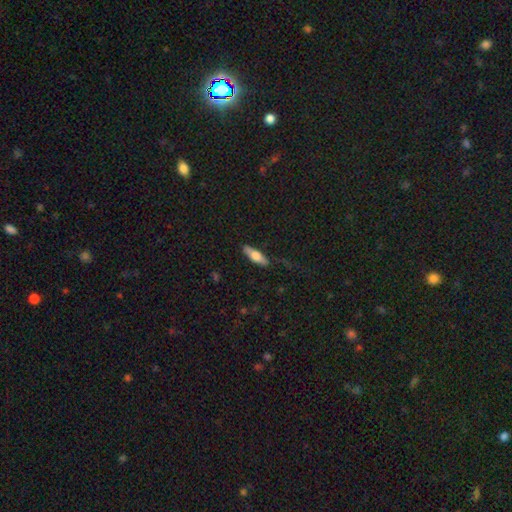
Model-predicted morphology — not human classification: A smooth galaxy with no disk features (60%) that is cigar-shaped (51%).

Vote fractions:
- Smooth or featured? smooth: 60% / featured or disk: 34% / star or artifact: 6%
- How rounded? cigar-shaped: 51% / in between: 46% / round: 2%
- Merging? none: 78% / minor disturbance: 16% / major disturbance: 5% / merger: 2%